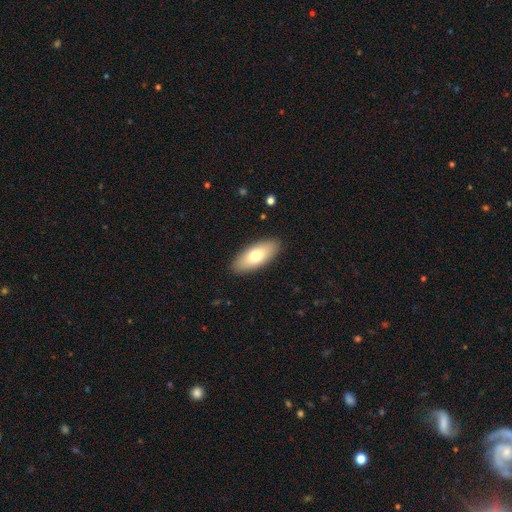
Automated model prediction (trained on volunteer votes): Smooth or featured: smooth — 74% (featured or disk — 21%)
How rounded: in between — 82% (cigar-shaped — 15%)
Merging: none — 89% (minor disturbance — 8%)